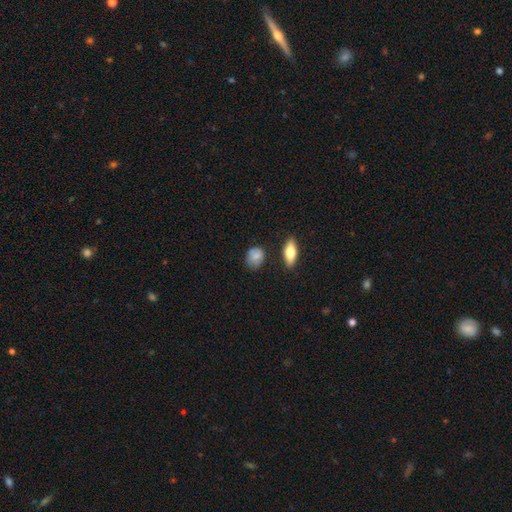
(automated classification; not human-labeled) Morphology: type=smooth (78%); roundness=round (50%); merging=none (65%).